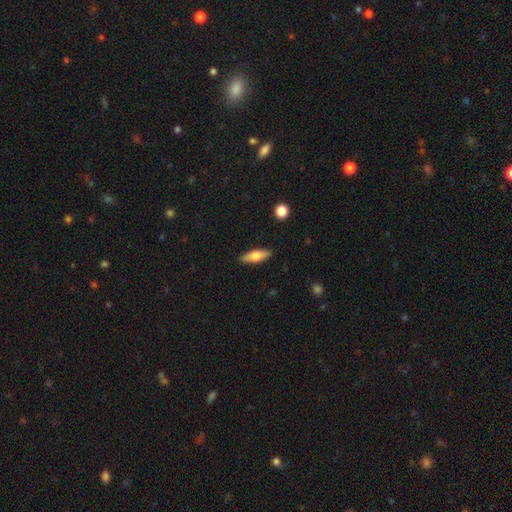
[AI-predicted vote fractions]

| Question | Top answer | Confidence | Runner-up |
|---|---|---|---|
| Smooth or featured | smooth | 66% | featured or disk (28%) |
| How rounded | in between | 54% | cigar-shaped (43%) |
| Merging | none | 89% | minor disturbance (8%) |